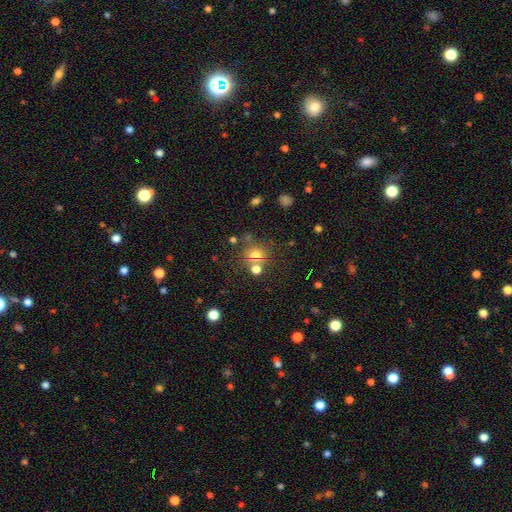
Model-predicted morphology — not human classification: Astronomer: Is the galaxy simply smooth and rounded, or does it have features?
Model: smooth — 65%.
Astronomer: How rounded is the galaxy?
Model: round — 77%.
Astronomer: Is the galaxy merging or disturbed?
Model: none — 64%.